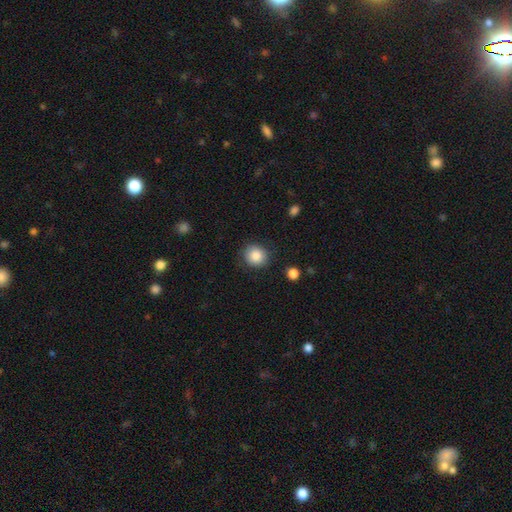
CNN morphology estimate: smooth-or-featured: smooth: 86% | star or artifact: 9% | featured or disk: 5%
  how-rounded: round: 86% | in between: 13% | cigar-shaped: 1%
  merging: none: 85% | minor disturbance: 10% | major disturbance: 3% | merger: 2%